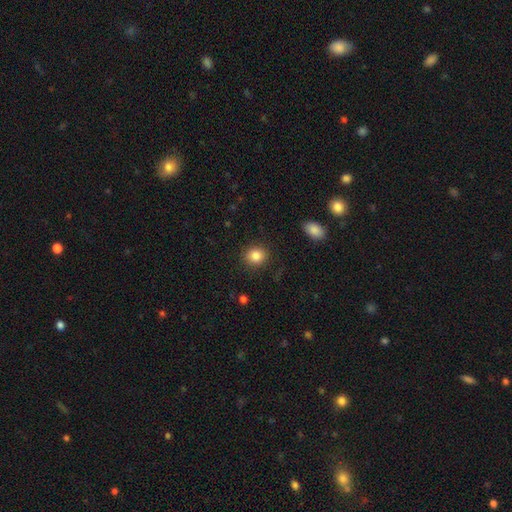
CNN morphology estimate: Smooth or featured: smooth — 84% (star or artifact — 10%)
How rounded: round — 78% (in between — 21%)
Merging: none — 88% (minor disturbance — 8%)